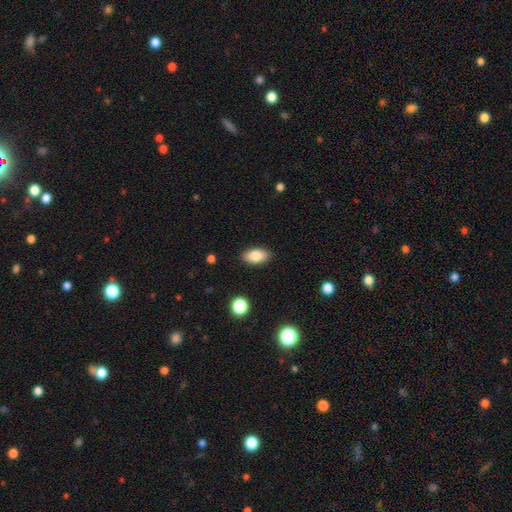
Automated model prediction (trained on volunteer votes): Q: Smooth or featured?
A: smooth (84%); runner-up: featured or disk (8%)
Q: How rounded?
A: in between (92%); runner-up: round (5%)
Q: Merging?
A: none (88%); runner-up: minor disturbance (9%)